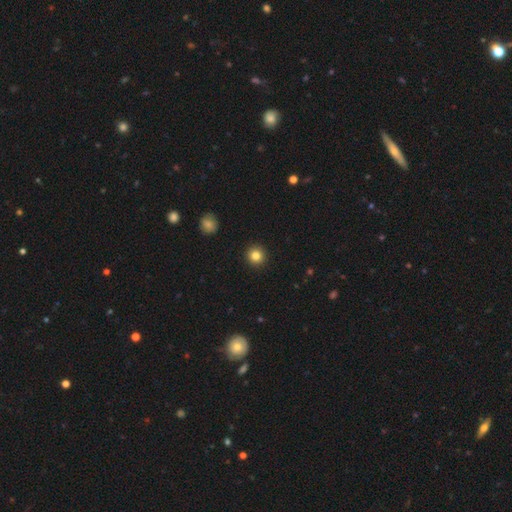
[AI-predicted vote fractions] The model was most divided on "smooth or featured": smooth: 84%, star or artifact: 11%, featured or disk: 5%. More confident: how rounded — round (95%); merging — none (93%).